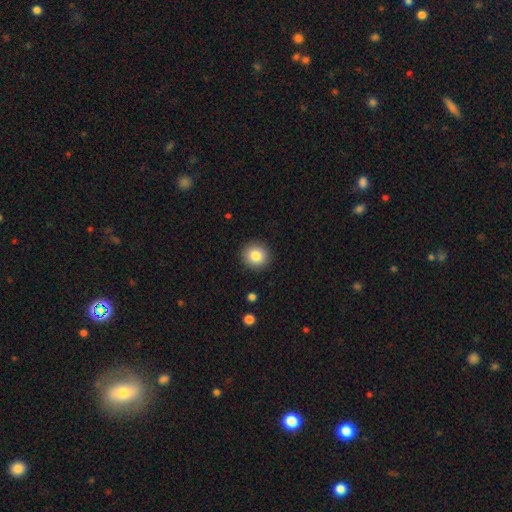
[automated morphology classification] This is clearly a smooth galaxy (83%). How rounded: clearly round (91%). Merging: clearly none (91%).